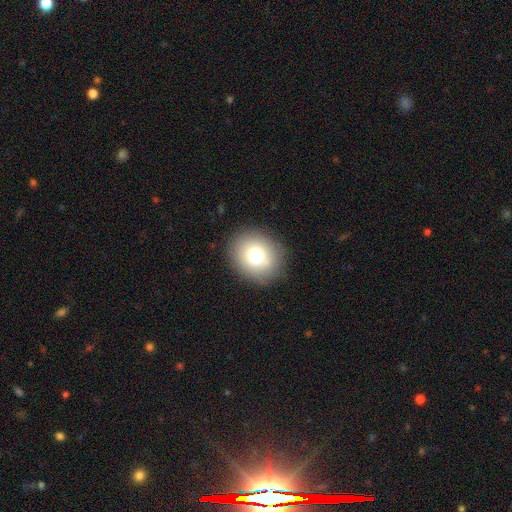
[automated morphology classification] Smooth or featured: smooth — 75% (featured or disk — 13%)
How rounded: round — 69% (in between — 31%)
Merging: none — 87% (minor disturbance — 8%)